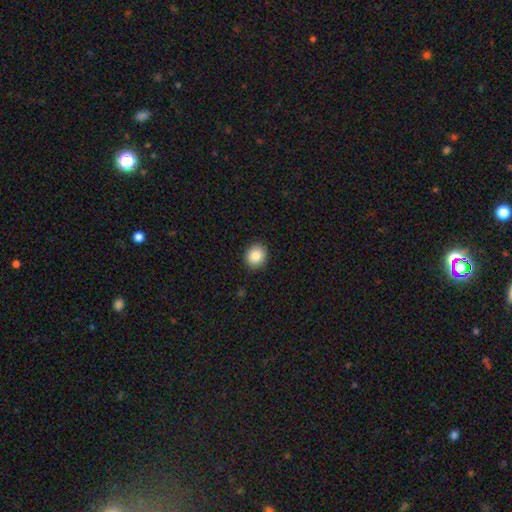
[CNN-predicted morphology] Q: Smooth or featured?
A: smooth (86%); runner-up: star or artifact (9%)
Q: How rounded?
A: round (82%); runner-up: in between (17%)
Q: Merging?
A: none (91%); runner-up: minor disturbance (6%)